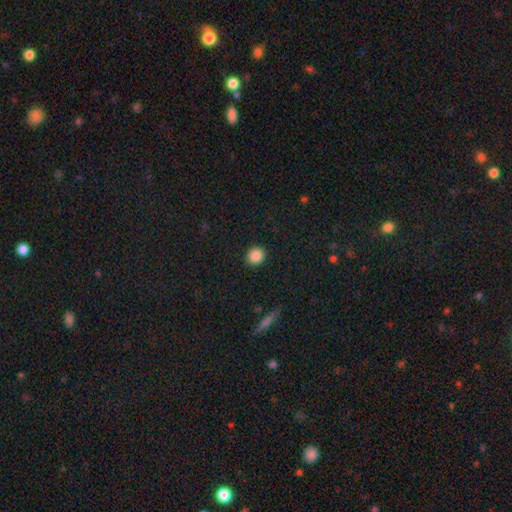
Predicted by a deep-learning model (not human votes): Q: Smooth or featured?
A: smooth (87%); runner-up: star or artifact (9%)
Q: How rounded?
A: round (79%); runner-up: in between (20%)
Q: Merging?
A: none (91%); runner-up: minor disturbance (6%)